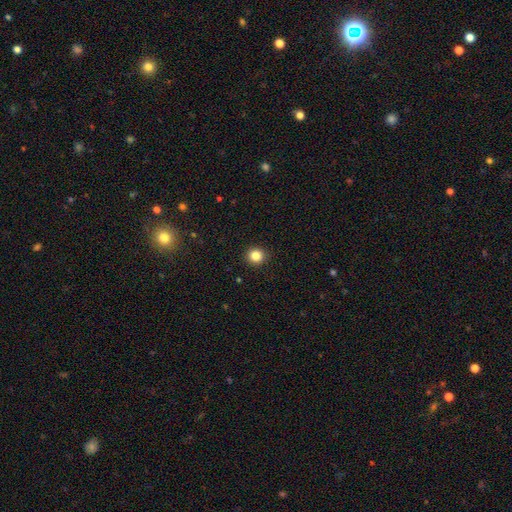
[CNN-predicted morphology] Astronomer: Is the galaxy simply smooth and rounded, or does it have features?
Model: smooth — 85%.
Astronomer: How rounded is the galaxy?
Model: round — 90%.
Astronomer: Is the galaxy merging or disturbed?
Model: none — 92%.